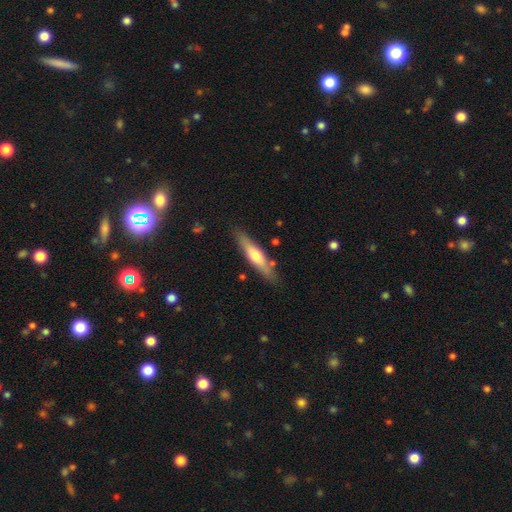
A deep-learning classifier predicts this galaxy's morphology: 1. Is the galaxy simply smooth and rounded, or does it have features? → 48% smooth, 47% featured or disk, 5% star or artifact.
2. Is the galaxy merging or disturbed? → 83% none, 12% minor disturbance, 3% merger, 2% major disturbance.